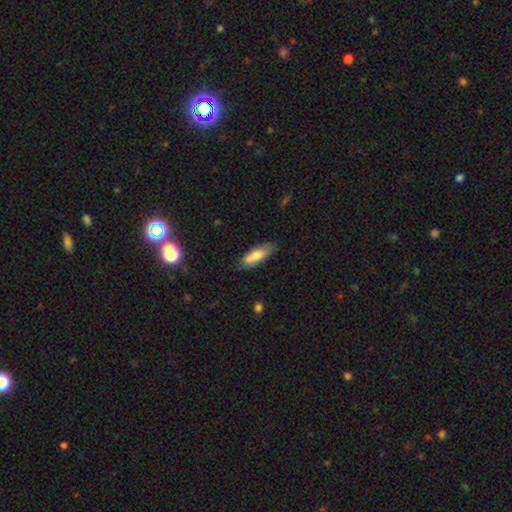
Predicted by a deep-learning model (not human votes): Smooth or featured: smooth — 71% (featured or disk — 22%)
How rounded: in between — 63% (cigar-shaped — 34%)
Merging: none — 69% (minor disturbance — 18%)